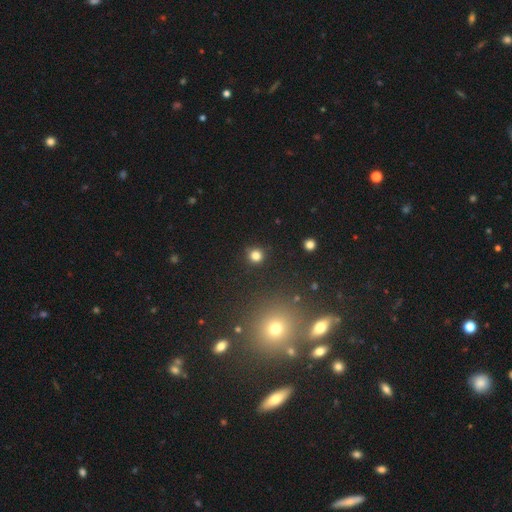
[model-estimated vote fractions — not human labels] Morphology: type=smooth (80%); roundness=round (92%); merging=none (89%).